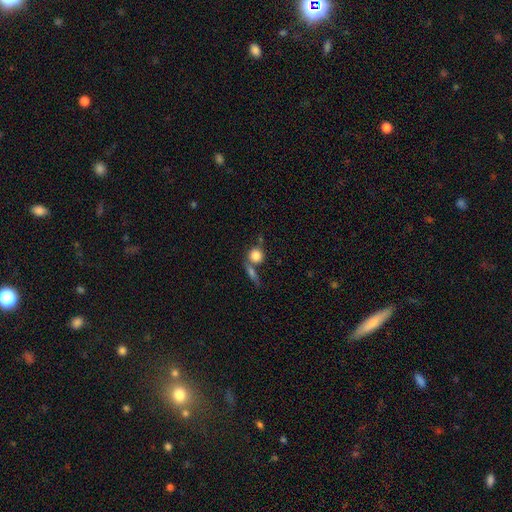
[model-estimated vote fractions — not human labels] Q: Smooth or featured?
A: smooth (81%); runner-up: featured or disk (10%)
Q: How rounded?
A: round (83%); runner-up: in between (14%)
Q: Merging?
A: none (49%); runner-up: merger (34%)